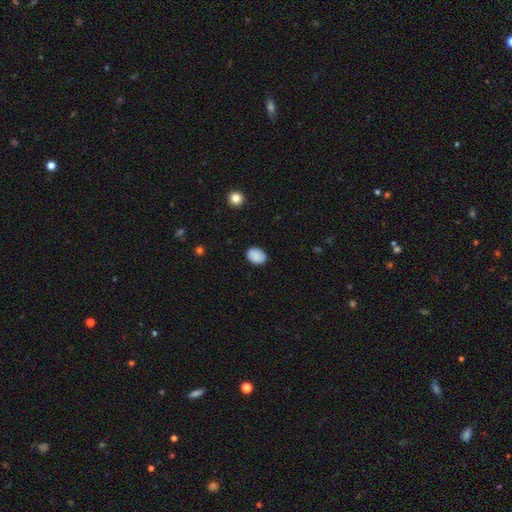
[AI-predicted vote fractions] A smooth galaxy with no disk features (87%) that is in between round and cigar-shaped (67%). Merging: none (84%).